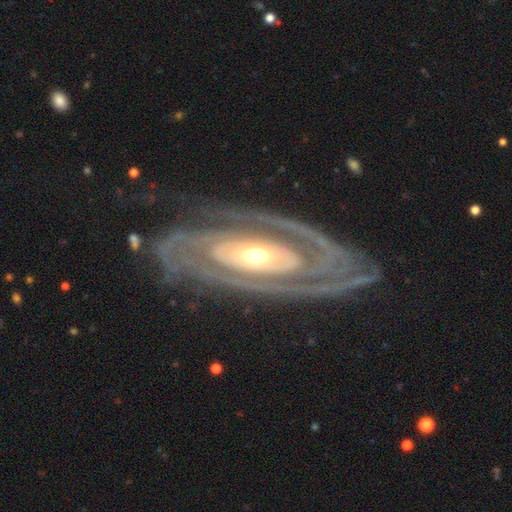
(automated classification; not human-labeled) Overall: featured or disk (90%). Edge-on disk: no (92%). Bar: no (60%; weak 20%). Spiral arms: yes (93%). Spiral arm count: 2 (55%; can't tell 18%). Spiral winding: tight (71%). Bulge size: moderate (47%; small 45%). Merging: none (76%).